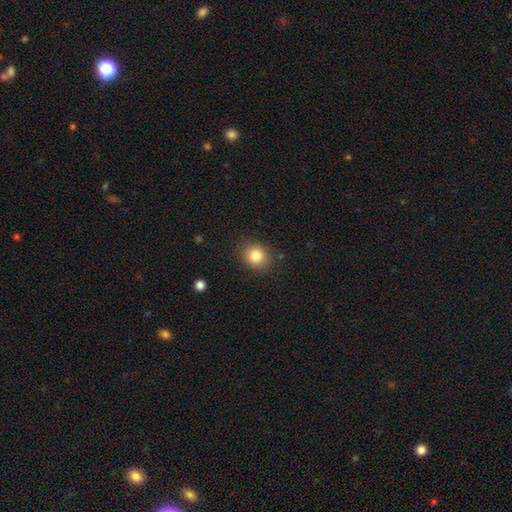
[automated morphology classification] Smooth or featured? Predicted: smooth (p=0.83). How rounded? Predicted: round (p=0.73). Merging? Predicted: none (p=0.88).